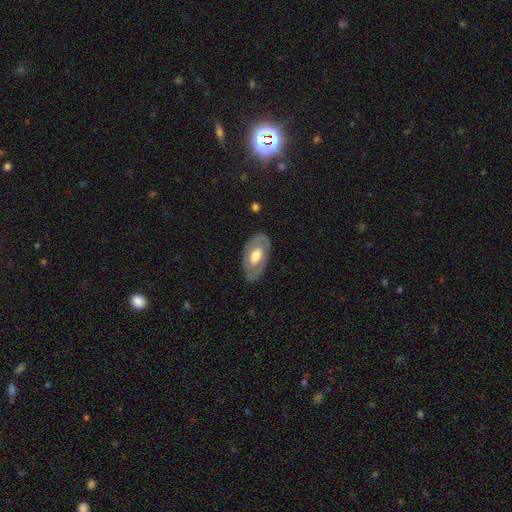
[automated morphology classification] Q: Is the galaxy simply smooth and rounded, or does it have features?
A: featured or disk — 50%.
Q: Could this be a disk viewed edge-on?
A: no — 89%.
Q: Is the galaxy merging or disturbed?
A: none — 80%.